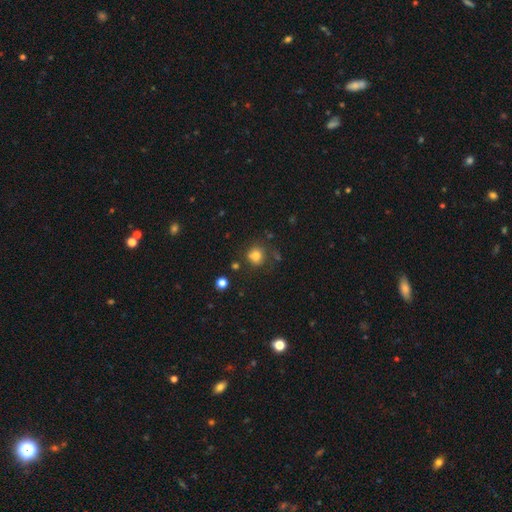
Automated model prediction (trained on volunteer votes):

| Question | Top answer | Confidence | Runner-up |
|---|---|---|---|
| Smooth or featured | smooth | 77% | star or artifact (13%) |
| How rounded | round | 81% | in between (18%) |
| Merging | none | 65% | minor disturbance (18%) |